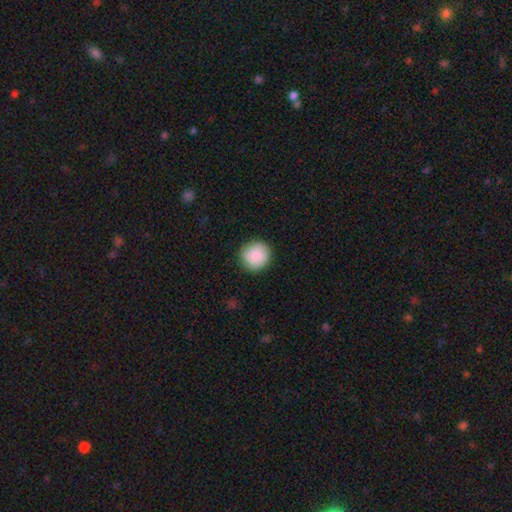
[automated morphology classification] Smooth or featured? smooth (87%)
How rounded? round (93%)
Merging? none (89%)